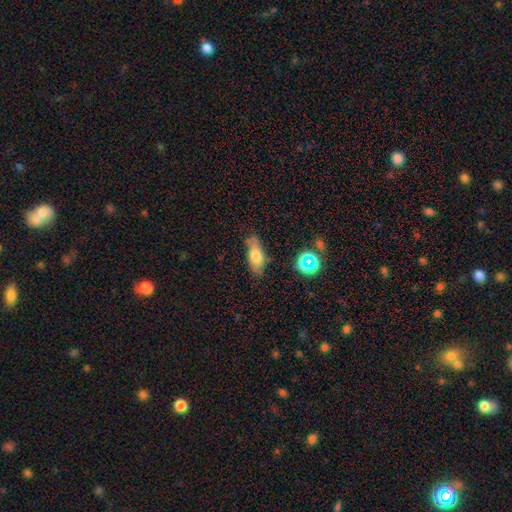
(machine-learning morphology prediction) Smooth or featured: smooth — 68% (featured or disk — 22%)
How rounded: in between — 76% (cigar-shaped — 20%)
Merging: none — 74% (minor disturbance — 20%)